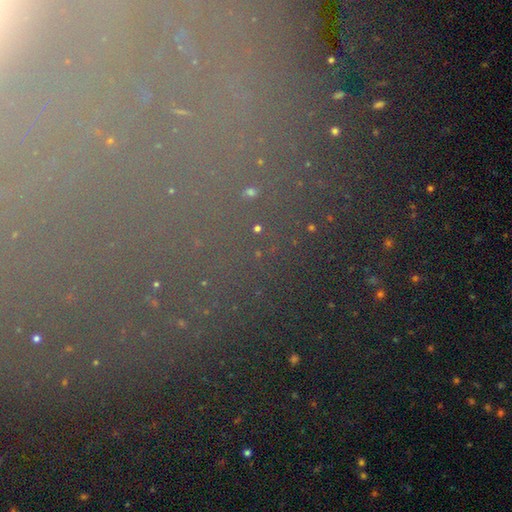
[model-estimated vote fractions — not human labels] A star or artifact, not a galaxy (77%).